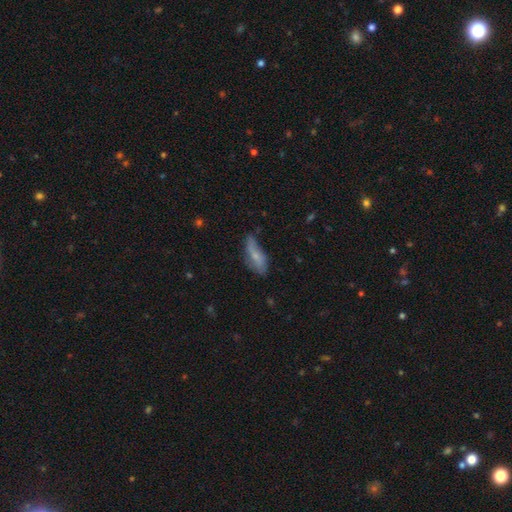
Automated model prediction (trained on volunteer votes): This appears to be a smooth galaxy with no disk features (58%) that is in between round and cigar-shaped (65%). Merging: none (45%).